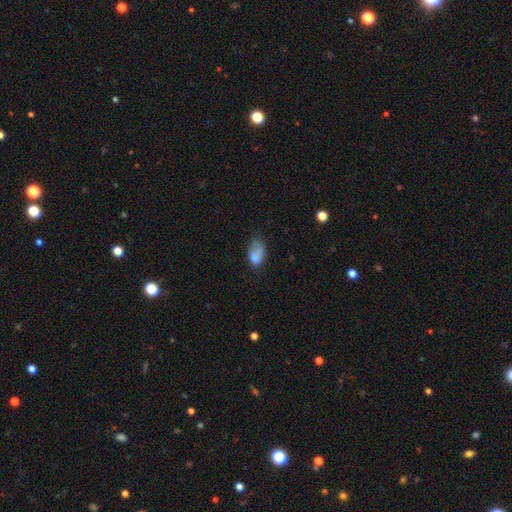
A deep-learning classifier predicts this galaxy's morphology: Q: Smooth or featured?
A: smooth (77%); runner-up: featured or disk (13%)
Q: How rounded?
A: in between (89%); runner-up: round (9%)
Q: Merging?
A: minor disturbance (35%); runner-up: none (33%)